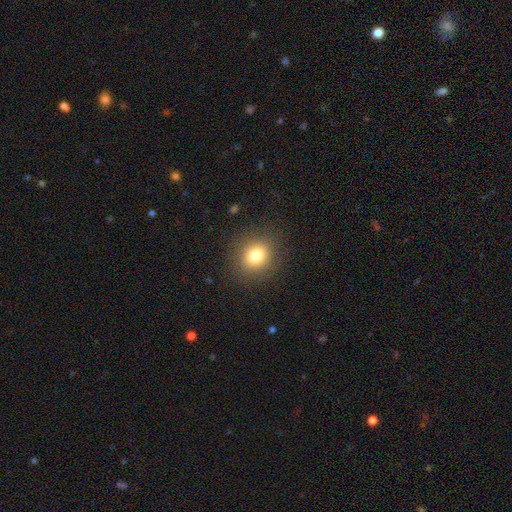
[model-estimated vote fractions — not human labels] This appears to be a smooth galaxy with no disk features (79%) that is round (82%). Merging: none (88%).